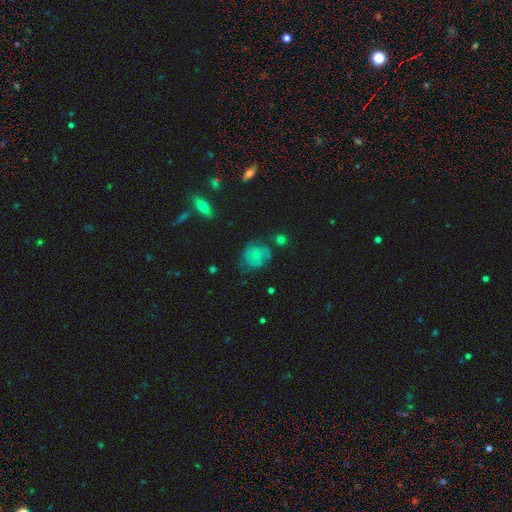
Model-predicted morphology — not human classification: Smooth or featured: smooth — 55% (featured or disk — 34%)
How rounded: round — 68% (in between — 31%)
Merging: none — 52% (minor disturbance — 28%)